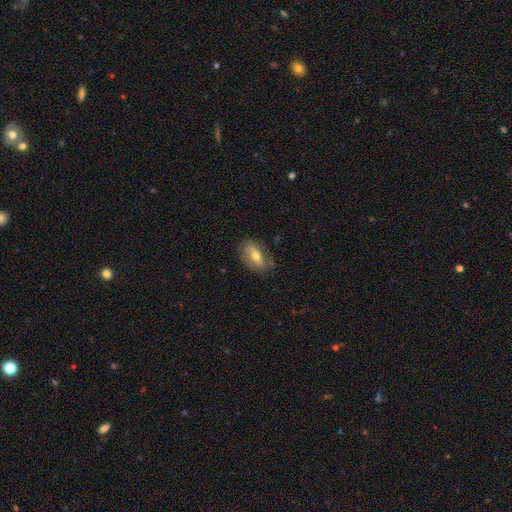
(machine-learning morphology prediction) Smooth or featured? smooth (55%)
How rounded? in between (85%)
Merging? none (76%)